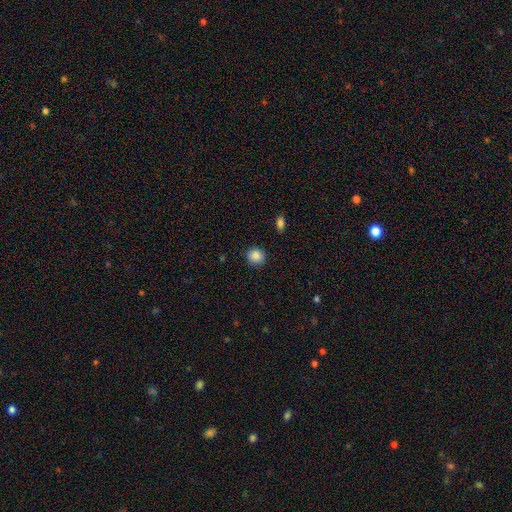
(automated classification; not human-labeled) Smooth or featured? Predicted: smooth (p=0.87). How rounded? Predicted: round (p=0.87). Merging? Predicted: none (p=0.90).